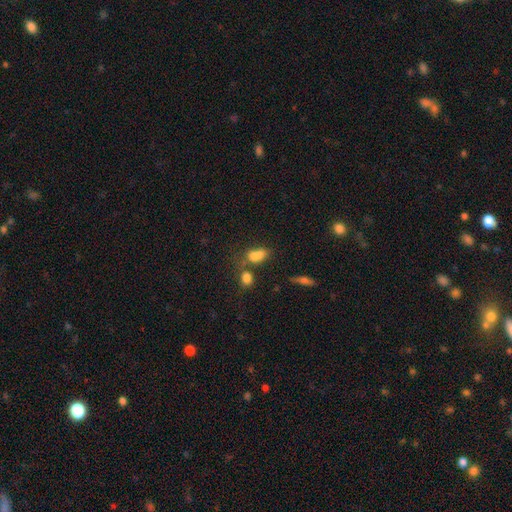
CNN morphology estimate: Overall: smooth (73%). How rounded: in between (74%). Merging: merger (40%; none 35%).